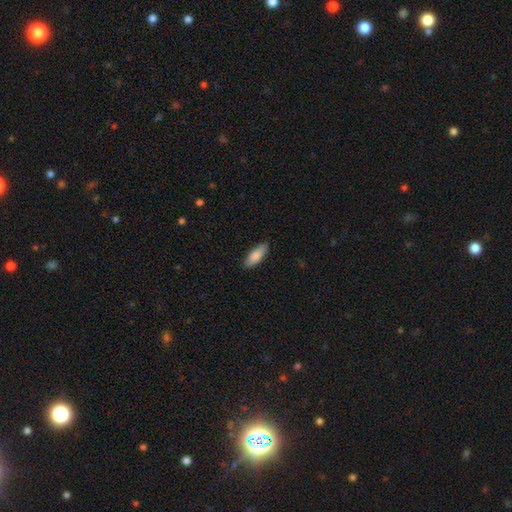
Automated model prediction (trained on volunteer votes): Smooth or featured? smooth (86%)
How rounded? in between (72%)
Merging? none (86%)